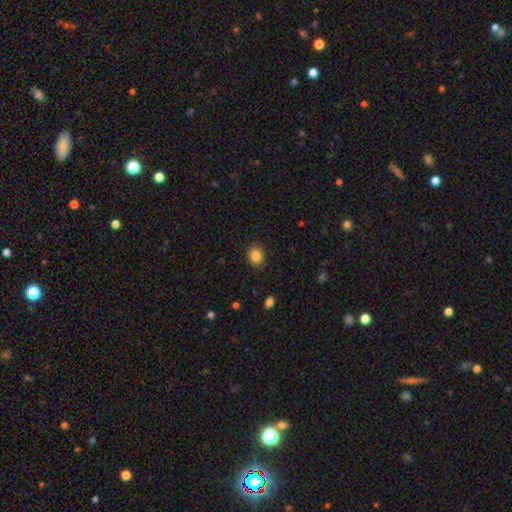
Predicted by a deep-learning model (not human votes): Q: Smooth or featured?
A: smooth (86%); runner-up: star or artifact (9%)
Q: How rounded?
A: in between (55%); runner-up: round (44%)
Q: Merging?
A: none (86%); runner-up: minor disturbance (11%)